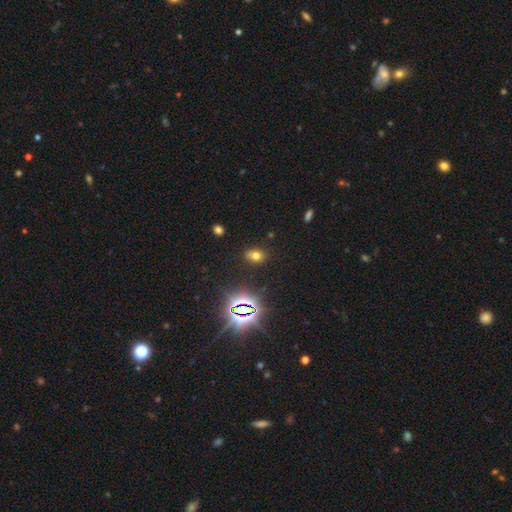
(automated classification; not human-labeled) This appears to be a smooth galaxy with no disk features (61%) that is in between round and cigar-shaped (71%). Merging: none (82%).